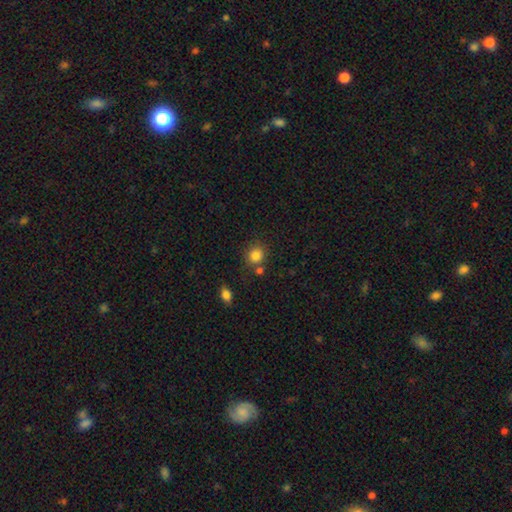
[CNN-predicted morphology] smooth 83%, star or artifact 11%, featured or disk 6%. Down the decision tree: how rounded — round (83%); merging — none (71%).